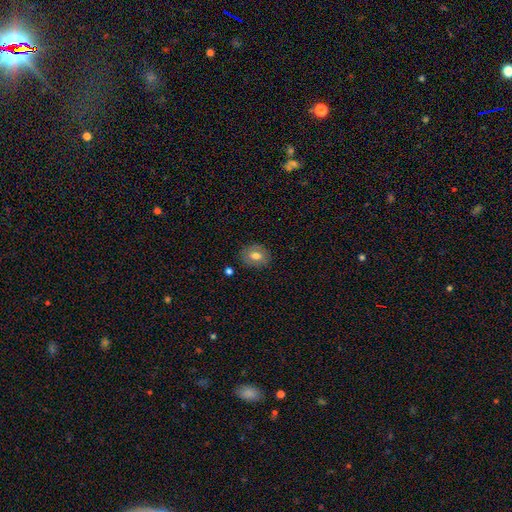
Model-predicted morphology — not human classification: Q: Smooth or featured?
A: smooth (69%); runner-up: featured or disk (22%)
Q: How rounded?
A: in between (52%); runner-up: round (47%)
Q: Merging?
A: none (82%); runner-up: minor disturbance (12%)